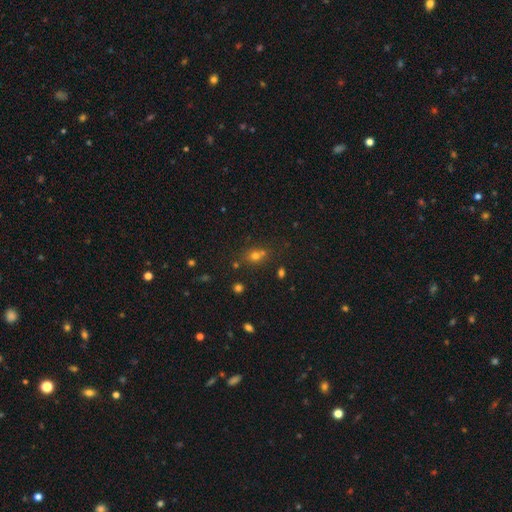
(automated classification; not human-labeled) smooth_or_featured: smooth (p=0.63) [alt: star or artifact p=0.26]
how_rounded: round (p=0.61) [alt: in between p=0.36]
merging: none (p=0.61) [alt: merger p=0.21]